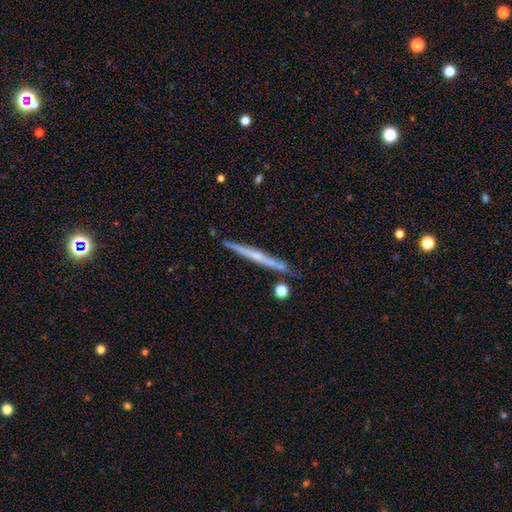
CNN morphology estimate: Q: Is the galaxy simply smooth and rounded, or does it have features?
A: featured or disk — 63%.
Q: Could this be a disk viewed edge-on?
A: yes — 97%.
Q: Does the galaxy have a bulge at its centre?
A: none — 59%.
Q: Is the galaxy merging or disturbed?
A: none — 85%.